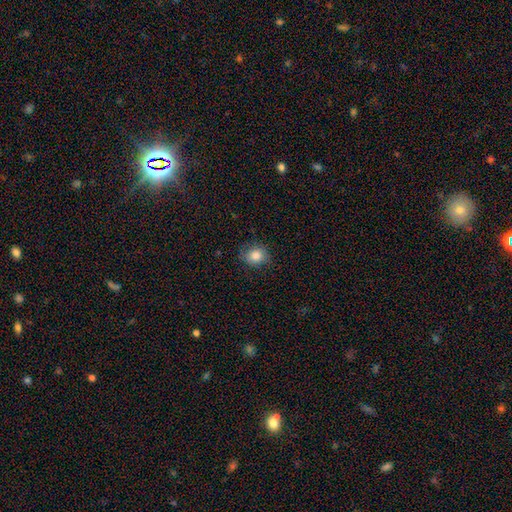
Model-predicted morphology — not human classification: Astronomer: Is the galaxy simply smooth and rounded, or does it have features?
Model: smooth — 84%.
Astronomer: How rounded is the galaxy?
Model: round — 70%.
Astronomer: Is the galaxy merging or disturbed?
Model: none — 78%.